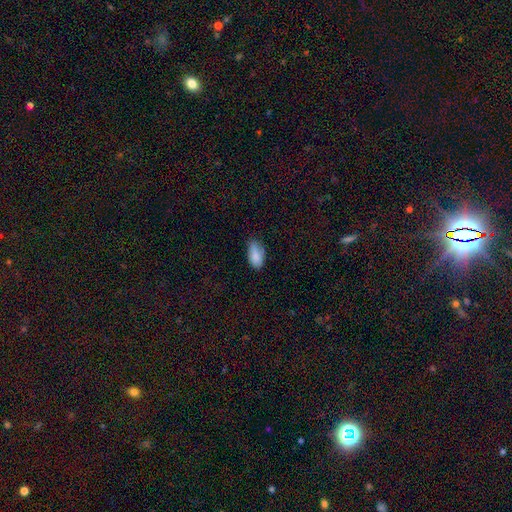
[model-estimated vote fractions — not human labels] smooth-or-featured: smooth: 85% | star or artifact: 7% | featured or disk: 7%
  how-rounded: in between: 92% | cigar-shaped: 5% | round: 3%
  merging: none: 59% | minor disturbance: 32% | major disturbance: 7% | merger: 2%